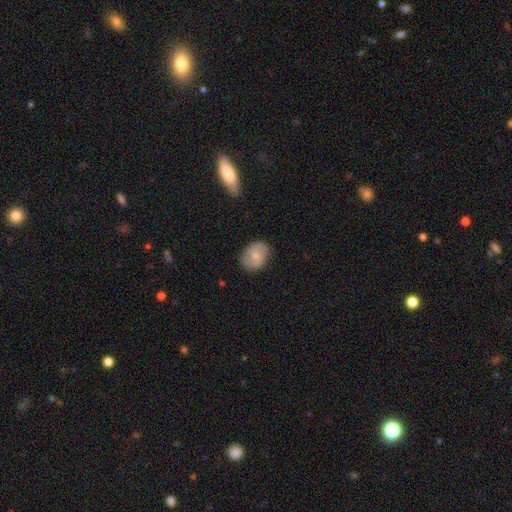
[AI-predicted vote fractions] A smooth galaxy with no disk features (61%) that is in between round and cigar-shaped (64%).

Vote fractions:
- Smooth or featured? smooth: 61% / featured or disk: 32% / star or artifact: 7%
- How rounded? in between: 64% / round: 34% / cigar-shaped: 1%
- Merging? none: 79% / minor disturbance: 16% / major disturbance: 4% / merger: 1%